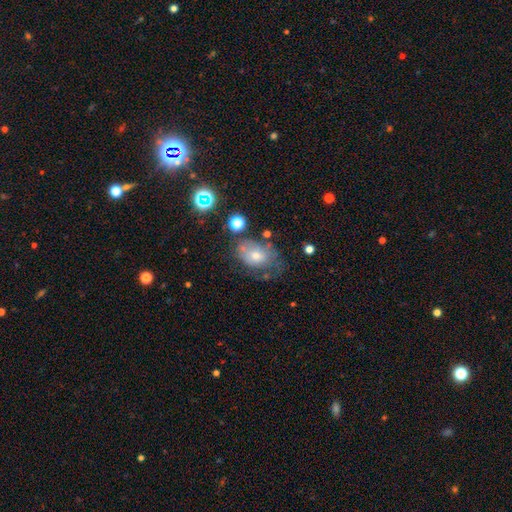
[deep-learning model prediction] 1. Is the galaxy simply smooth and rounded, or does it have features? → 50% smooth, 36% featured or disk, 14% star or artifact.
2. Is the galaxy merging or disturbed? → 44% none, 29% minor disturbance, 21% major disturbance, 6% merger.